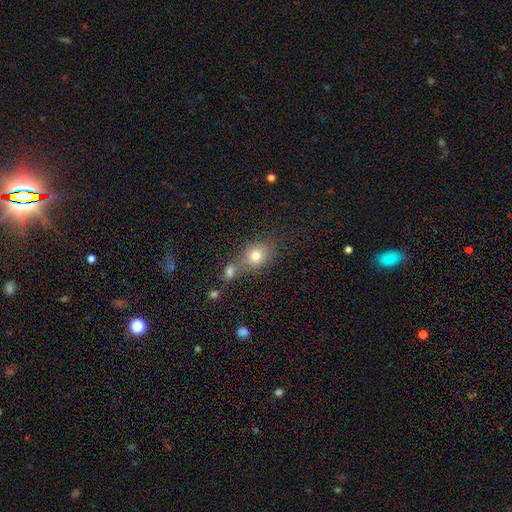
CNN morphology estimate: type=smooth (77%); roundness=round (61%); merging=none (50%).